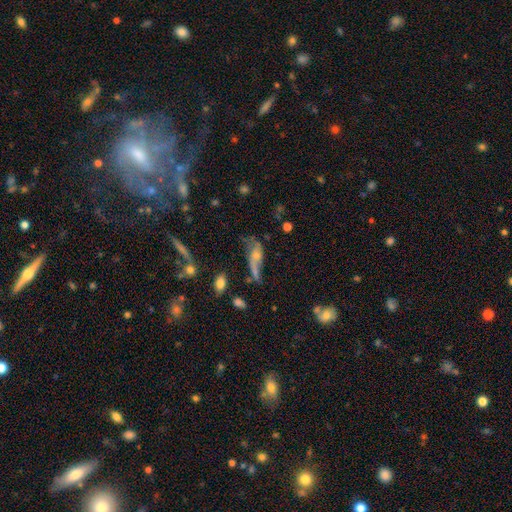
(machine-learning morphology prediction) smooth-or-featured: featured or disk: 54% | smooth: 31% | star or artifact: 15%
  disk-edge-on: no: 78% | yes: 22%
  merging: none: 33% (tied) | major disturbance: 33% (tied) | minor disturbance: 25% | merger: 9%